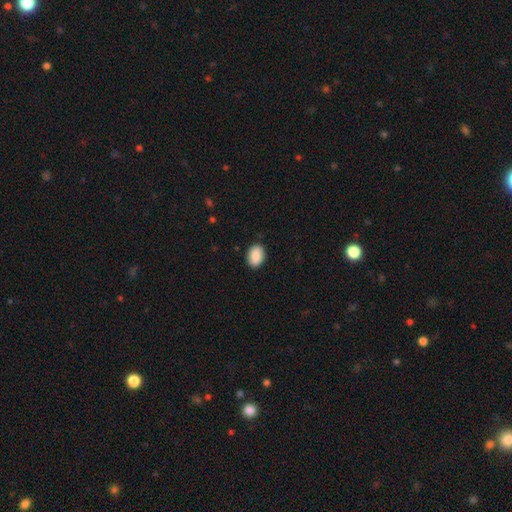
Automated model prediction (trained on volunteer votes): smooth 86%, star or artifact 7%, featured or disk 7%. Down the decision tree: how rounded — in between (80%); merging — none (87%).